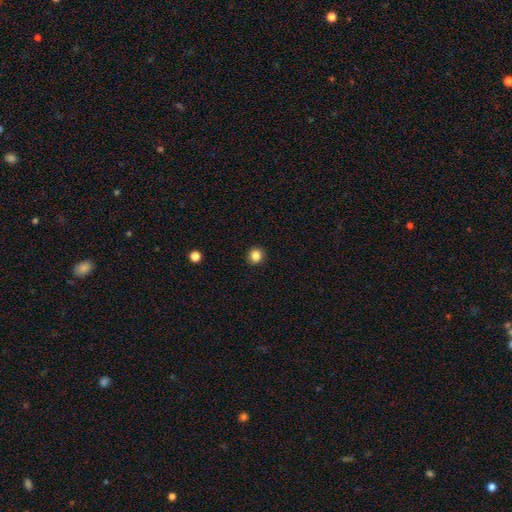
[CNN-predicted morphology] Q: Smooth or featured?
A: smooth (85%); runner-up: star or artifact (11%)
Q: How rounded?
A: round (89%); runner-up: in between (10%)
Q: Merging?
A: none (92%); runner-up: minor disturbance (5%)